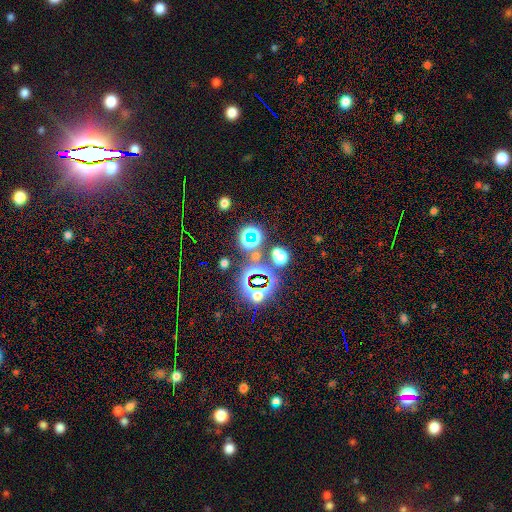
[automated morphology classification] smooth_or_featured: star or artifact (p=0.66) [alt: smooth p=0.24]